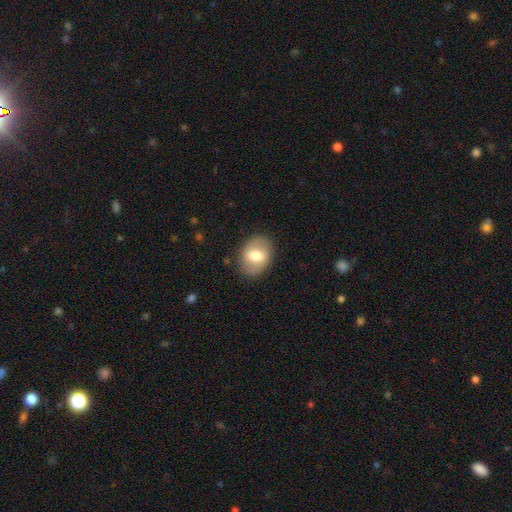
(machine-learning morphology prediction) type=smooth (66%); roundness=in between (65%); merging=none (84%).